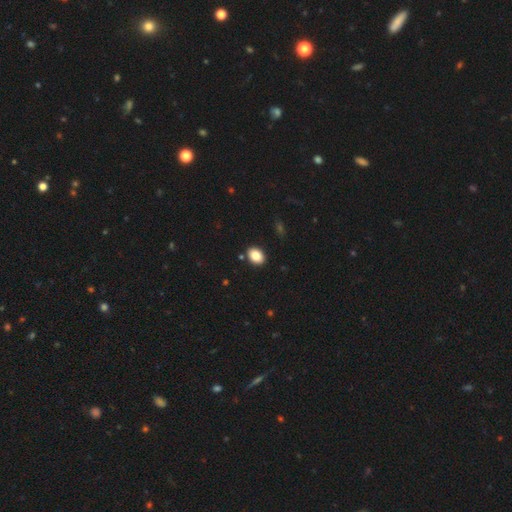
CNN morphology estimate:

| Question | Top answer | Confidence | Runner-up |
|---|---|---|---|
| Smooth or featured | smooth | 85% | star or artifact (8%) |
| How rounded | in between | 76% | round (23%) |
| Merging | none | 88% | minor disturbance (8%) |